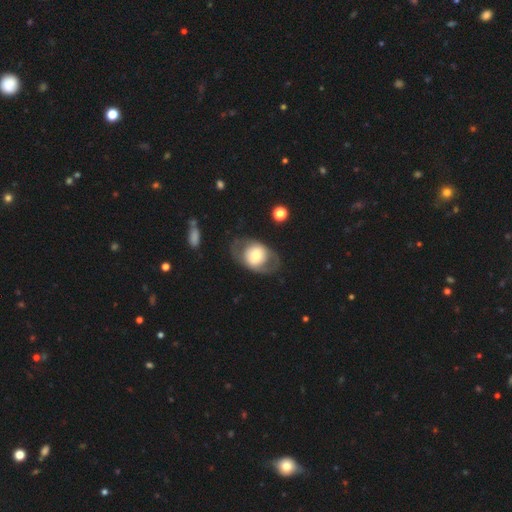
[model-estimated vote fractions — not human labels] Smooth or featured? Predicted: smooth (p=0.49). Merging? Predicted: none (p=0.67).